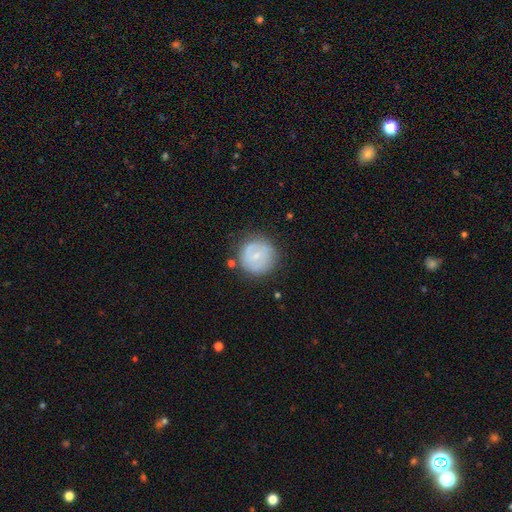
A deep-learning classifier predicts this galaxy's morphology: Smooth or featured?
  - featured or disk: 48% *
  - smooth: 45%
  - star or artifact: 7%
Merging?
  - none: 77% *
  - minor disturbance: 15%
  - major disturbance: 5%
  - merger: 3%